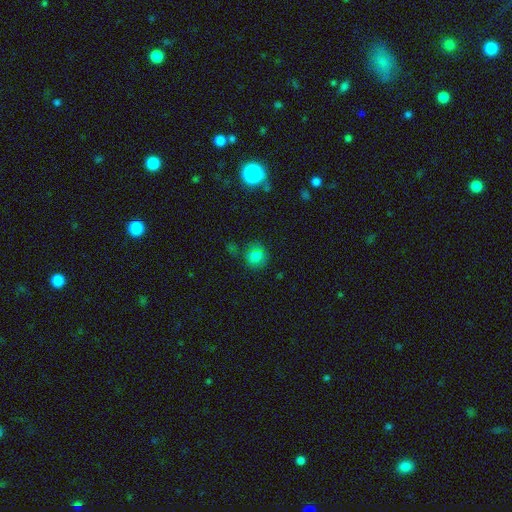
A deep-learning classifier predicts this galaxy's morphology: smooth_or_featured: smooth (p=0.77) [alt: star or artifact p=0.14]
how_rounded: round (p=0.81) [alt: in between p=0.18]
merging: none (p=0.72) [alt: minor disturbance p=0.16]